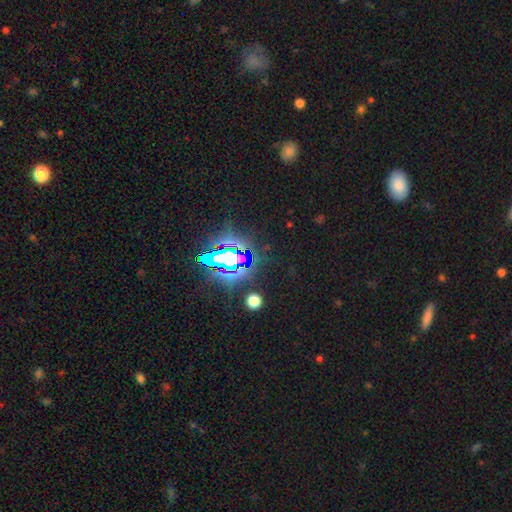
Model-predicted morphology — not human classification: Smooth or featured: star or artifact — 80% (smooth — 12%)